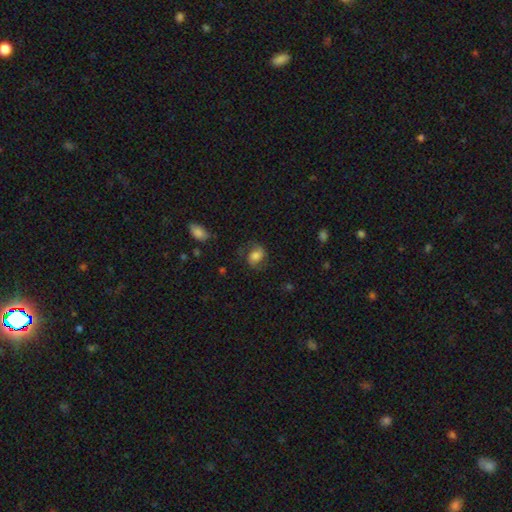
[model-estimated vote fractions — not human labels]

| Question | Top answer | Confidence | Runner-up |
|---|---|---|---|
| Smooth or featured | smooth | 61% | featured or disk (30%) |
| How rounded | in between | 60% | round (39%) |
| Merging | none | 64% | minor disturbance (21%) |